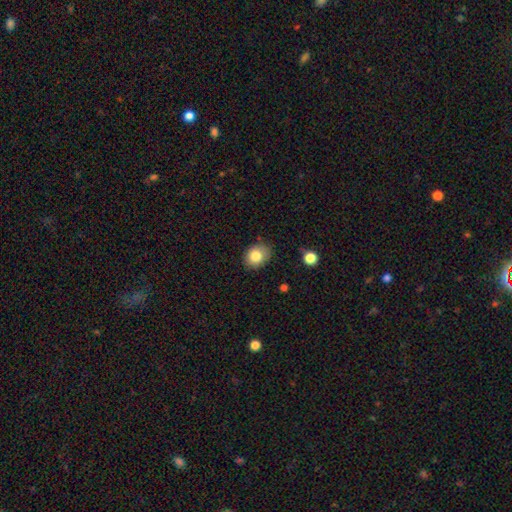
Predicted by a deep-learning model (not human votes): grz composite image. It shows a smooth galaxy with no disk features (82%) that is in between round and cigar-shaped (51%). Merging: none (78%).